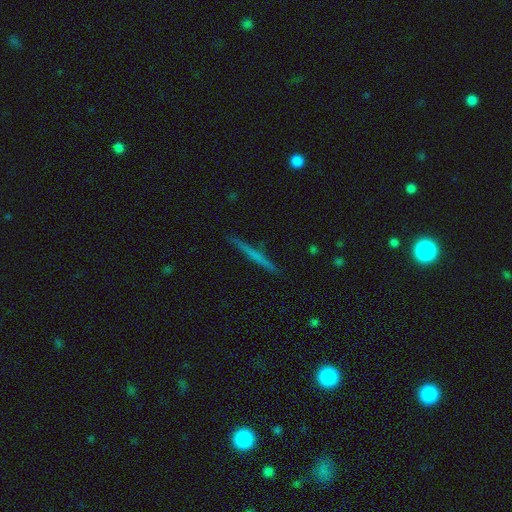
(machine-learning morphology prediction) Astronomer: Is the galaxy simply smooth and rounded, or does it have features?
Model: featured or disk — 49% (runner-up: smooth, 44%).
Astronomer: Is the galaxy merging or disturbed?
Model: none — 91%.